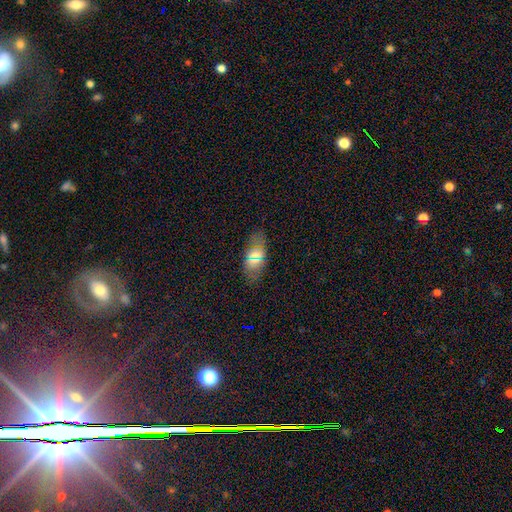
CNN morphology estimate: Smooth or featured? smooth (61%)
How rounded? in between (88%)
Merging? none (86%)